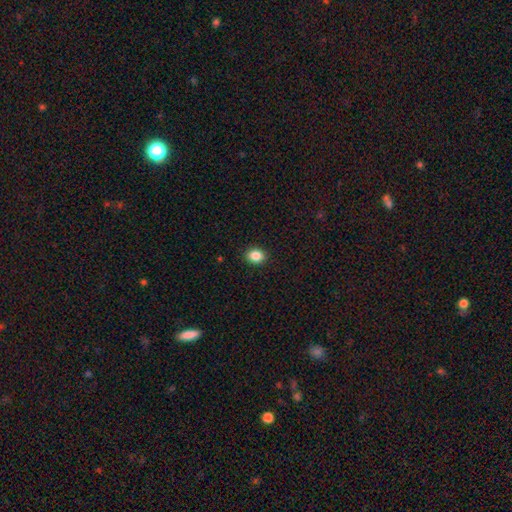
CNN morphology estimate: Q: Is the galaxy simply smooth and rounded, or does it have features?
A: smooth — 86%.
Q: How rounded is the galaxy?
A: in between — 50%.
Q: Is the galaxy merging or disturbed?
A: none — 91%.